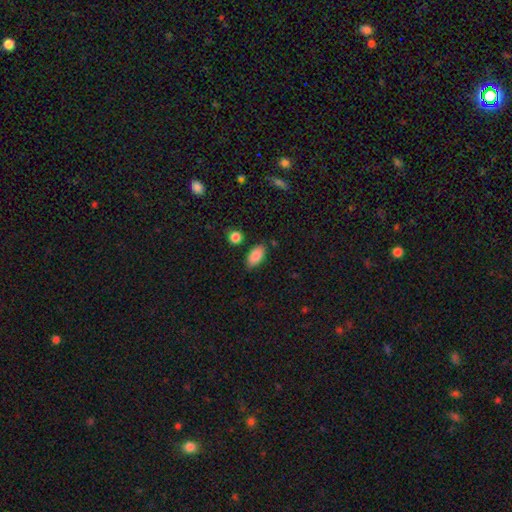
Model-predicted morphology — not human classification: smooth 86%, star or artifact 7%, featured or disk 7%. Down the decision tree: how rounded — in between (92%); merging — none (81%).